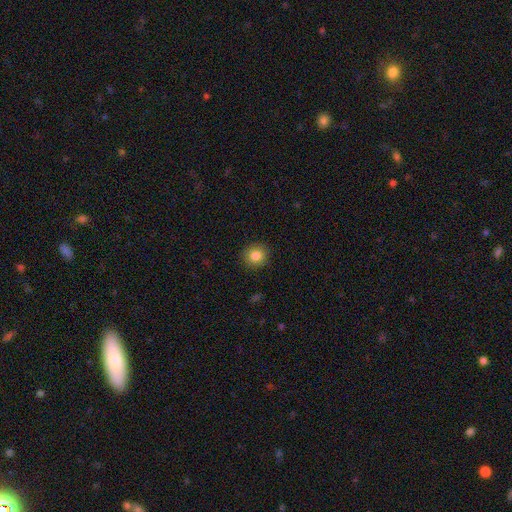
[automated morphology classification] smooth_or_featured: smooth (p=0.84) [alt: star or artifact p=0.10]
how_rounded: round (p=0.87) [alt: in between p=0.12]
merging: none (p=0.90) [alt: minor disturbance p=0.07]